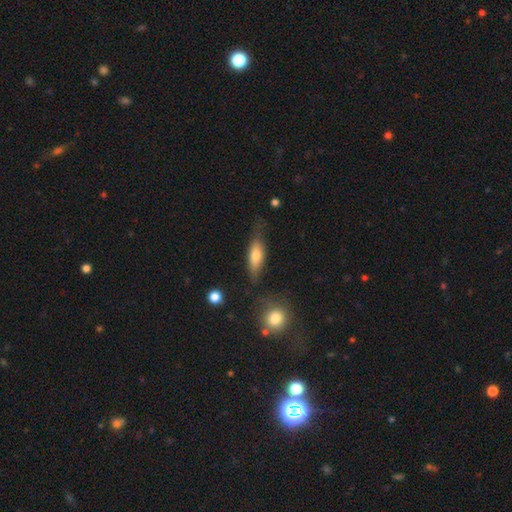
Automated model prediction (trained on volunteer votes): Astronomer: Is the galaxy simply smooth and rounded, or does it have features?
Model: smooth — 67%.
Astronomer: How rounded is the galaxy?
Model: in between — 56% (runner-up: cigar-shaped, 41%).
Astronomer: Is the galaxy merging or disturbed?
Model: none — 65%.